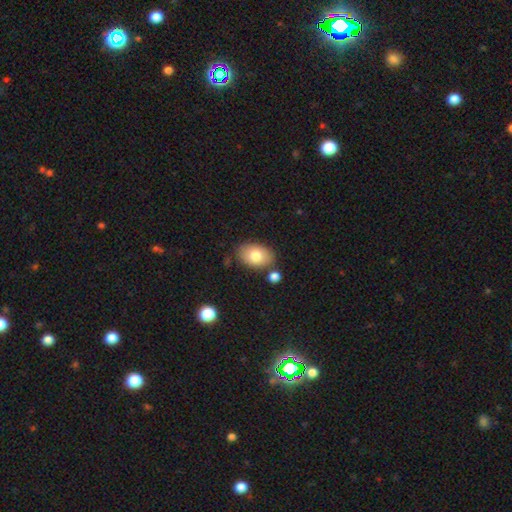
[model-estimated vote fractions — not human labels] Smooth or featured: smooth — 79% (featured or disk — 14%)
How rounded: in between — 87% (round — 12%)
Merging: none — 76% (minor disturbance — 13%)